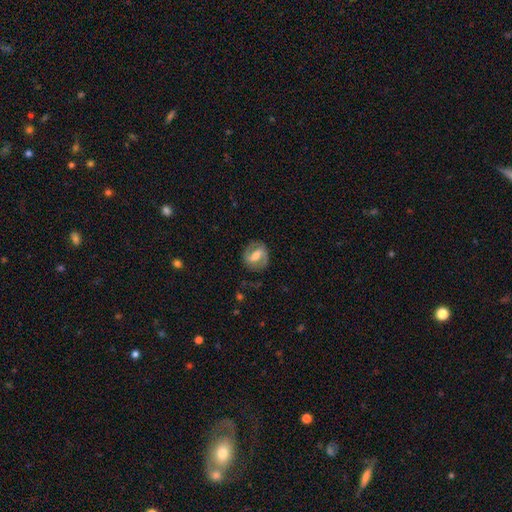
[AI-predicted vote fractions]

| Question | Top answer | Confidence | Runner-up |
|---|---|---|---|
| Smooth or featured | featured or disk | 72% | smooth (23%) |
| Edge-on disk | no | 96% | yes (4%) |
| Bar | strong | 45% | weak (39%) |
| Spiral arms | yes | 84% | no (16%) |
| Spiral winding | medium | 49% | tight (31%) |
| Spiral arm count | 2 | 87% | can't tell (7%) |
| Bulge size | moderate | 62% | small (24%) |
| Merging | none | 80% | minor disturbance (13%) |